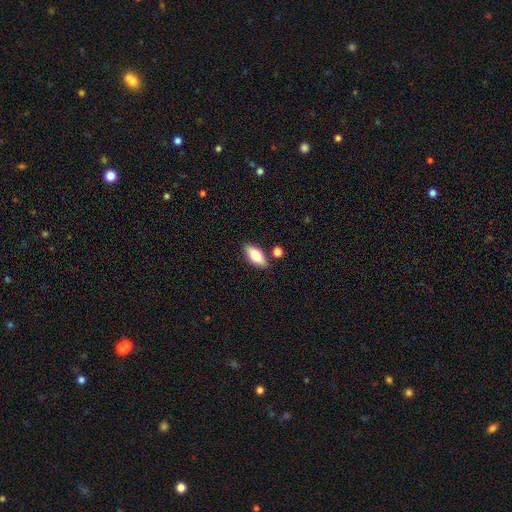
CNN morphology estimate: Smooth or featured? Predicted: smooth (p=0.74). How rounded? Predicted: in between (p=0.83). Merging? Predicted: none (p=0.80).